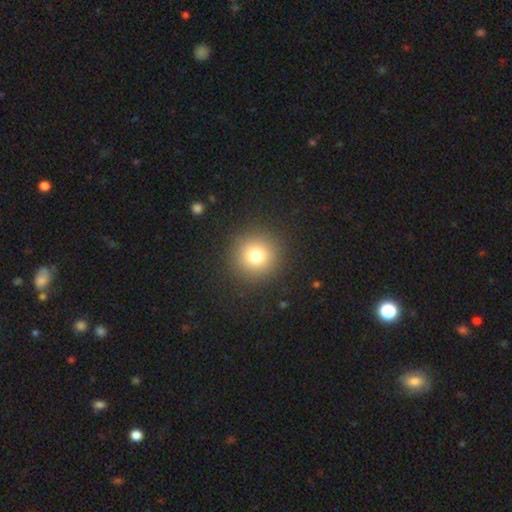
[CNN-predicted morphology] smooth_or_featured: smooth (p=0.75) [alt: star or artifact p=0.16]
how_rounded: round (p=0.95) [alt: in between p=0.04]
merging: none (p=0.91) [alt: minor disturbance p=0.05]